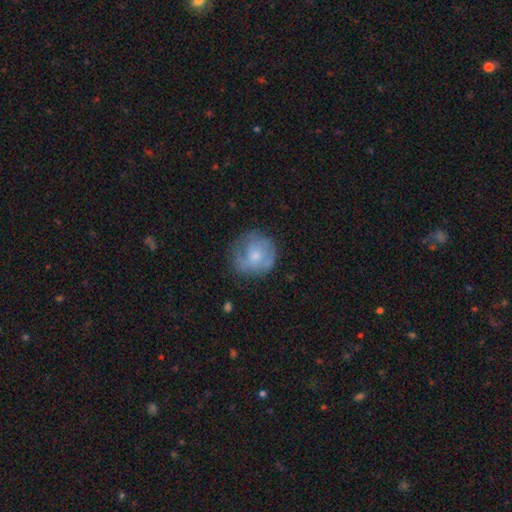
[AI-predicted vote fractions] Q: Smooth or featured?
A: smooth (56%); runner-up: featured or disk (37%)
Q: How rounded?
A: round (88%); runner-up: in between (11%)
Q: Merging?
A: none (64%); runner-up: minor disturbance (23%)